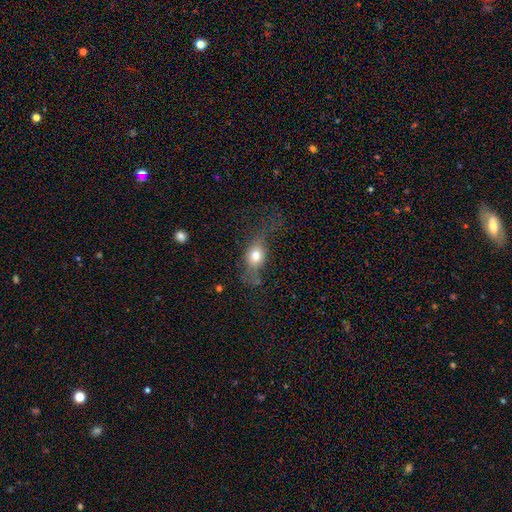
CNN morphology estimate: smooth 67%, featured or disk 21%, star or artifact 12%. Down the decision tree: how rounded — in between (58%); merging — none (42%).